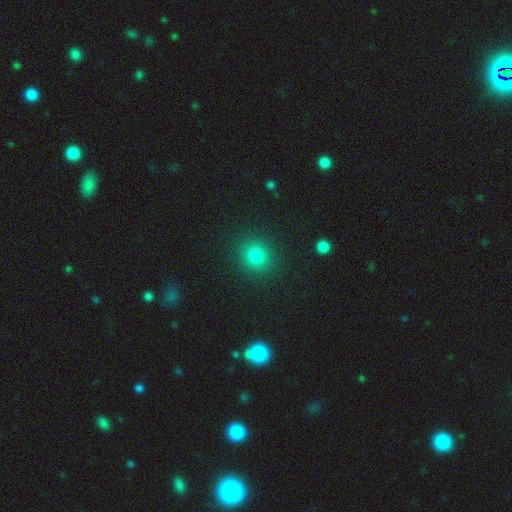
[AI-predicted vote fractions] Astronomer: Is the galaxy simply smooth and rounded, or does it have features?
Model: smooth — 80%.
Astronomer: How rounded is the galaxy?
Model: round — 90%.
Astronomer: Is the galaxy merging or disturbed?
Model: none — 90%.